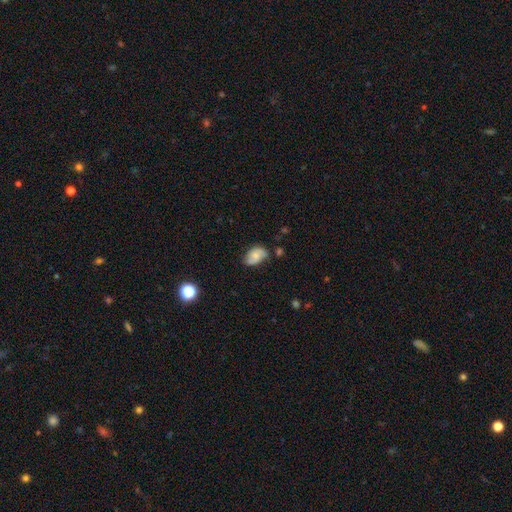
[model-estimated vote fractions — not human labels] smooth_or_featured: smooth (p=0.49) [alt: featured or disk p=0.42]
merging: none (p=0.56) [alt: minor disturbance p=0.32]